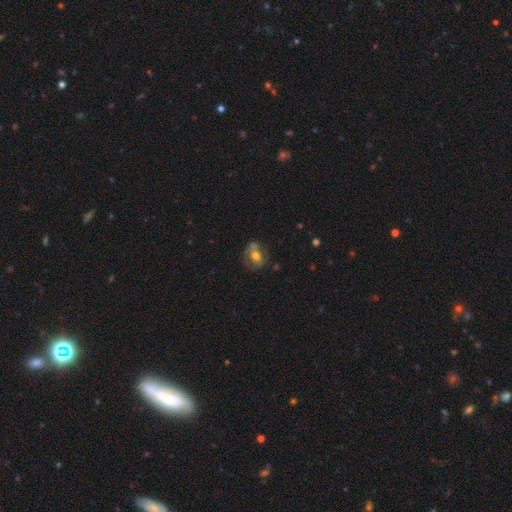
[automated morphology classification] Overall: smooth (52%; featured or disk 37%). How rounded: in between (53%; round 46%). Merging: none (50%; minor disturbance 22%).